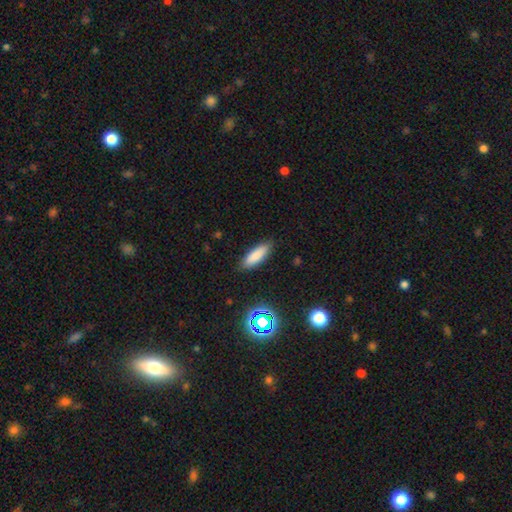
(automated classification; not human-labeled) Smooth or featured? Predicted: smooth (p=0.83). How rounded? Predicted: in between (p=0.55). Merging? Predicted: none (p=0.87).